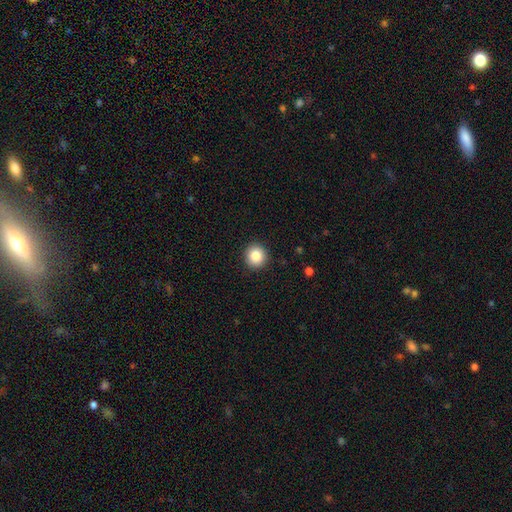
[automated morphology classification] Smooth or featured? smooth (86%)
How rounded? round (92%)
Merging? none (92%)